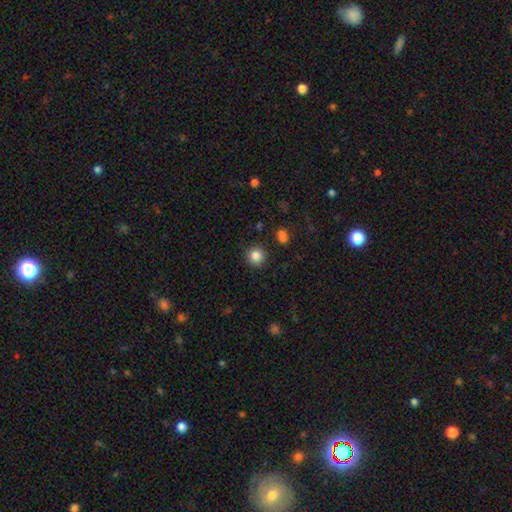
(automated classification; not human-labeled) A smooth galaxy with no disk features (85%) that is round (93%). Merging: none (90%).